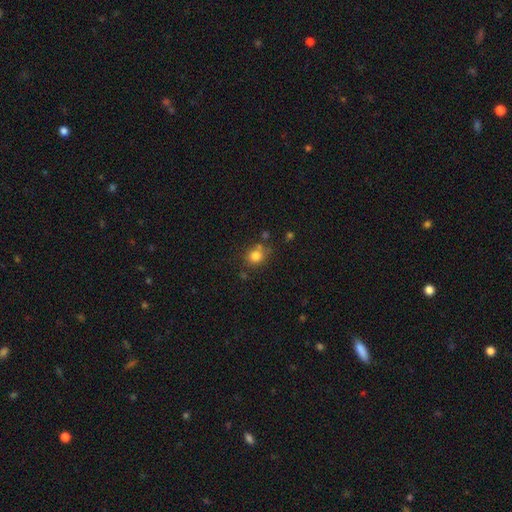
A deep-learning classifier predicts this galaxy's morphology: The model was most divided on "merging": none: 67%, minor disturbance: 16%, merger: 12%, major disturbance: 5%. More confident: smooth or featured — smooth (80%); how rounded — round (78%).